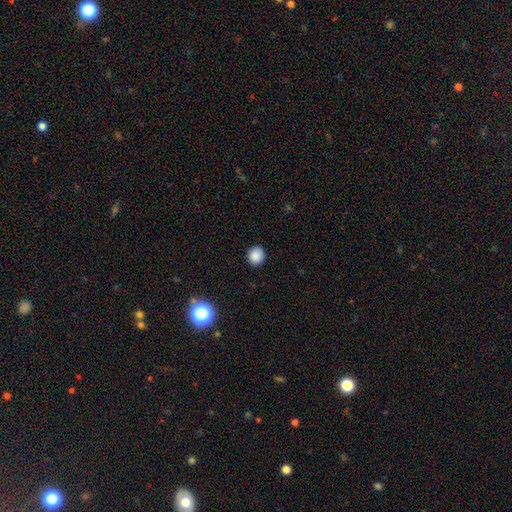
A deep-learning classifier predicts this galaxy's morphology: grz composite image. It shows a smooth galaxy with no disk features (86%) that is round (87%). Merging: none (91%).